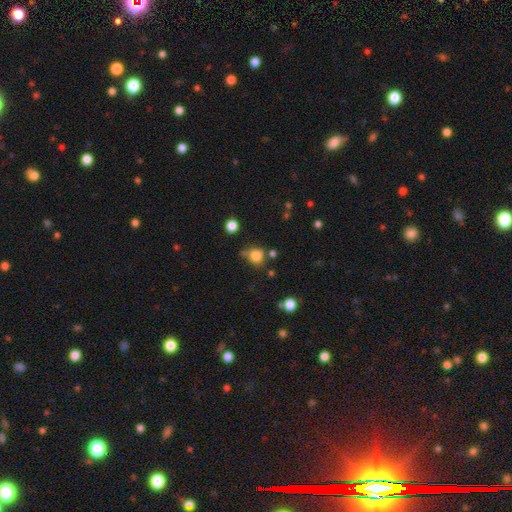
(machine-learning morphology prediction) Smooth or featured? smooth (80%)
How rounded? round (76%)
Merging? none (63%)